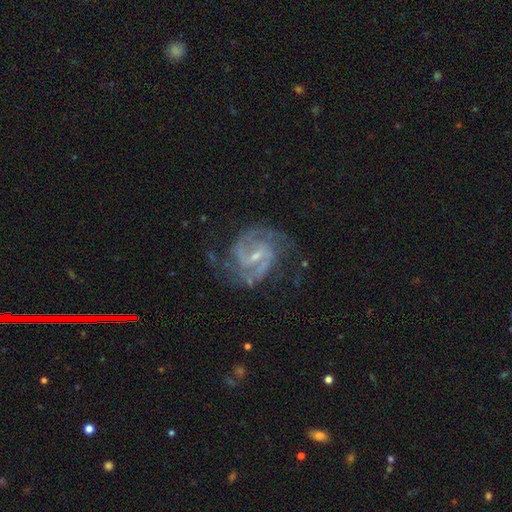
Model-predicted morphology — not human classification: Smooth or featured: featured or disk — 91% (star or artifact — 5%)
Edge-on disk: no — 98% (yes — 2%)
Bar: weak — 55% (strong — 28%)
Spiral arms: yes — 98% (no — 2%)
Spiral winding: medium — 56% (tight — 31%)
Spiral arm count: 2 — 76% (3 — 10%)
Bulge size: small — 67% (moderate — 26%)
Merging: none — 68% (minor disturbance — 19%)